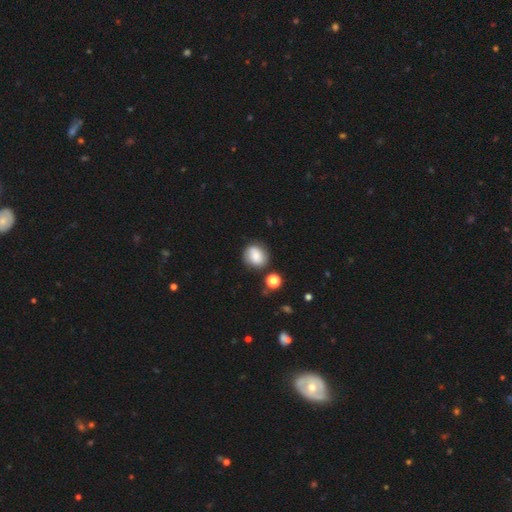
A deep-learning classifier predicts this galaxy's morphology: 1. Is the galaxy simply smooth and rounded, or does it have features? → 68% smooth, 21% featured or disk, 10% star or artifact.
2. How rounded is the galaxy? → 72% round, 27% in between, 1% cigar-shaped.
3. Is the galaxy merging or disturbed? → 71% none, 17% minor disturbance, 8% merger, 5% major disturbance.